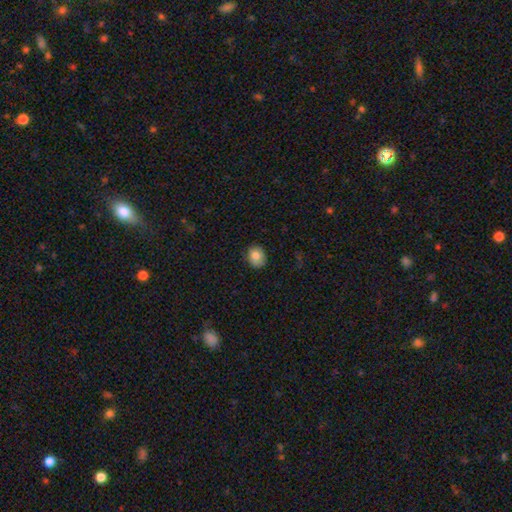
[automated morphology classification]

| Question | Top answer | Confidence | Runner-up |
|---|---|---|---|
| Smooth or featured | smooth | 81% | featured or disk (10%) |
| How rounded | round | 63% | in between (36%) |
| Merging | none | 83% | minor disturbance (14%) |